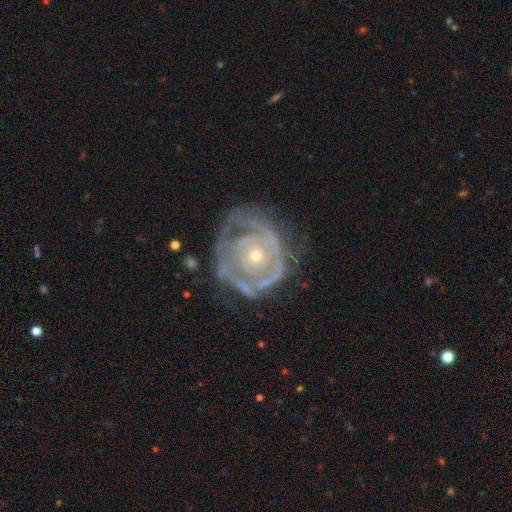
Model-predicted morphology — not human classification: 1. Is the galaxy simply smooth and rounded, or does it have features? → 80% featured or disk, 13% smooth, 6% star or artifact.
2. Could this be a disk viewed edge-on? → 97% no, 3% yes.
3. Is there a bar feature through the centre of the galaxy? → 84% no, 12% weak, 4% strong.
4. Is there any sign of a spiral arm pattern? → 66% yes, 34% no.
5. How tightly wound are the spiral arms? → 70% tight, 21% medium, 9% loose.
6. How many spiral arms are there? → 49% can't tell, 19% 2, 13% 3, 9% 1, 6% 4, 4% more than 4.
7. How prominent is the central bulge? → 62% small, 34% moderate, 2% large, 1% none, 1% dominant.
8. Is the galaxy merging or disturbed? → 51% none, 24% minor disturbance, 22% major disturbance, 3% merger.